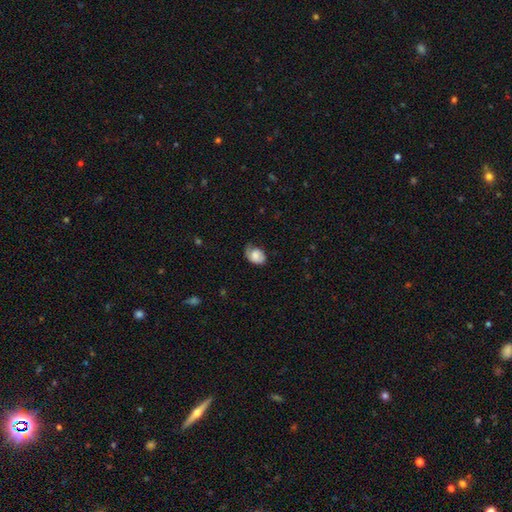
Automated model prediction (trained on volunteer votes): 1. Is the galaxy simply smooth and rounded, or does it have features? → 68% smooth, 25% featured or disk, 7% star or artifact.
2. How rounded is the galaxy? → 76% in between, 22% round, 1% cigar-shaped.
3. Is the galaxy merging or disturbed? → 44% none, 38% minor disturbance, 17% major disturbance, 2% merger.